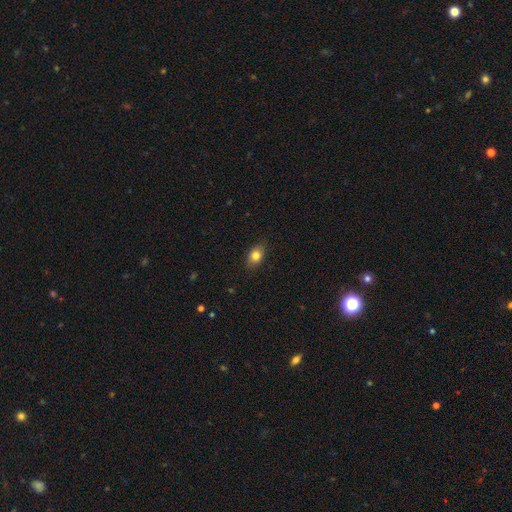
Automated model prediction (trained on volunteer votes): This appears to be a smooth galaxy with no disk features (82%) that is in between round and cigar-shaped (75%). Merging: none (86%).